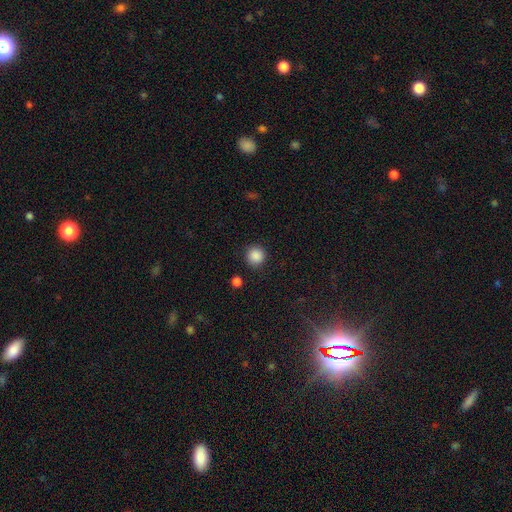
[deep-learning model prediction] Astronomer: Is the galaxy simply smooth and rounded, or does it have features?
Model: smooth — 87%.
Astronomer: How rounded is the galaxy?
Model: round — 93%.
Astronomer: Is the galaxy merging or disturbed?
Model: none — 90%.